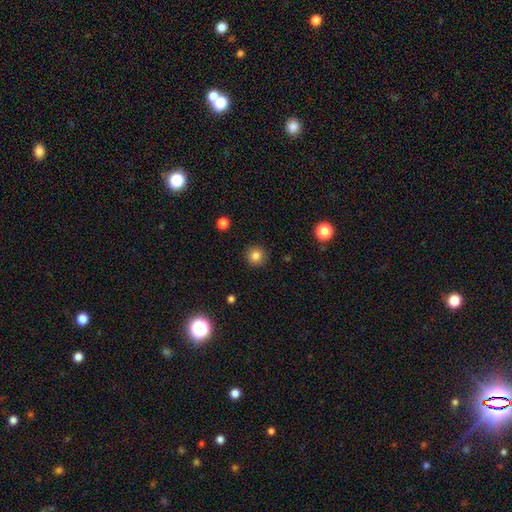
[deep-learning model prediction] Smooth or featured? smooth (83%)
How rounded? round (94%)
Merging? none (91%)